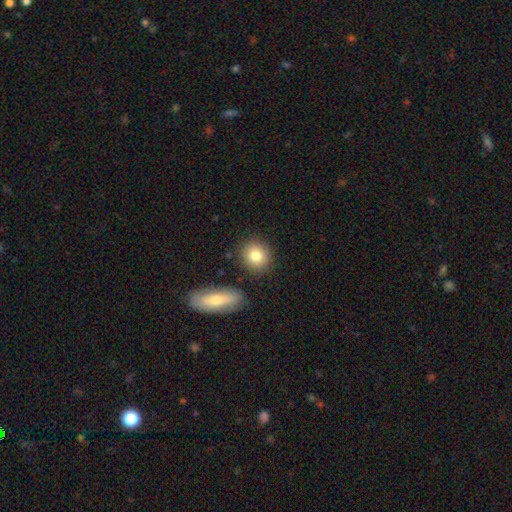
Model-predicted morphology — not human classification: This is clearly a smooth galaxy (82%). How rounded: clearly round (81%). Merging: clearly none (84%).